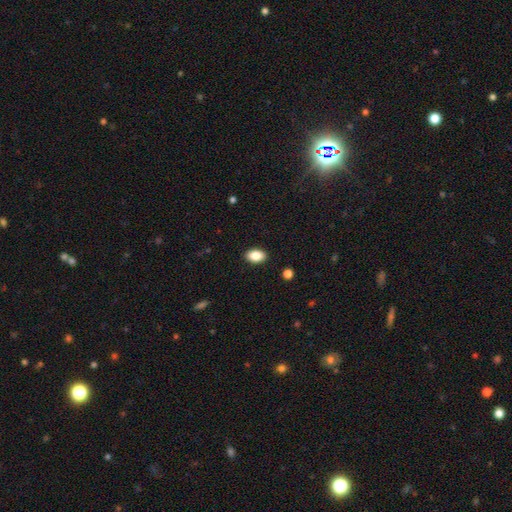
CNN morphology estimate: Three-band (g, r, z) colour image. It shows a smooth galaxy with no disk features (86%) that is in between round and cigar-shaped (89%). Merging: none (90%).